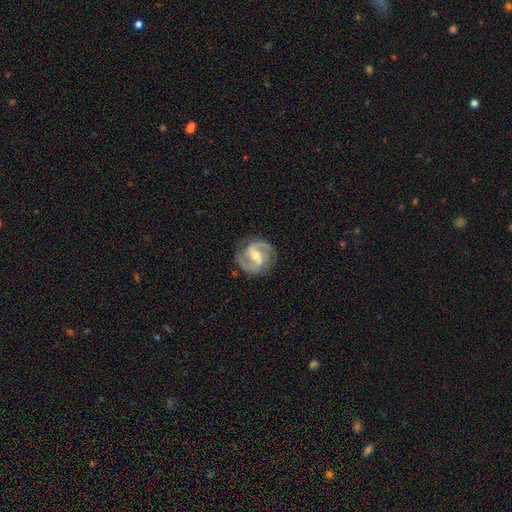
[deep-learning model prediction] Q: Smooth or featured?
A: featured or disk (91%); runner-up: smooth (5%)
Q: Edge-on disk?
A: no (98%); runner-up: yes (2%)
Q: Bar?
A: weak (43%); runner-up: strong (42%)
Q: Spiral arms?
A: yes (98%); runner-up: no (2%)
Q: Spiral winding?
A: medium (60%); runner-up: tight (23%)
Q: Spiral arm count?
A: 2 (91%); runner-up: 3 (4%)
Q: Bulge size?
A: moderate (49%); runner-up: small (47%)
Q: Merging?
A: none (83%); runner-up: minor disturbance (12%)